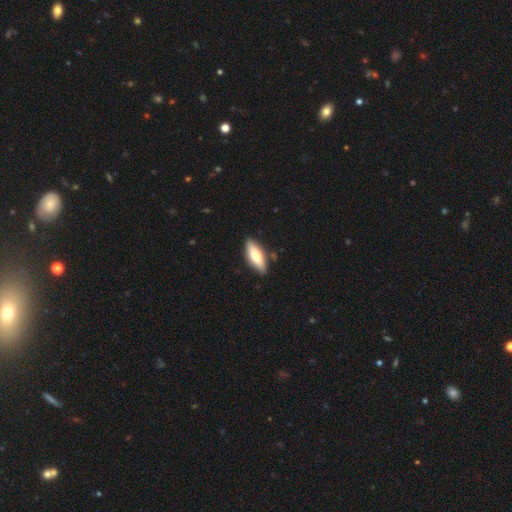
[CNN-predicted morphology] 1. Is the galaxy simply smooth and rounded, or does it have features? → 63% smooth, 32% featured or disk, 5% star or artifact.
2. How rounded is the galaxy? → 63% in between, 35% cigar-shaped, 2% round.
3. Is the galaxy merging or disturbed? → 86% none, 10% minor disturbance, 2% merger, 2% major disturbance.